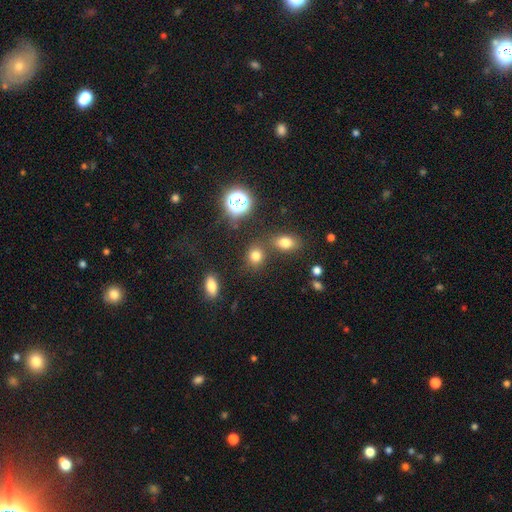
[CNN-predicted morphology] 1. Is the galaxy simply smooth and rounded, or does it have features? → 74% smooth, 19% star or artifact, 7% featured or disk.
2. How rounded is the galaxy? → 66% round, 33% in between, 2% cigar-shaped.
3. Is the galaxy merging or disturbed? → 72% none, 13% merger, 11% minor disturbance, 4% major disturbance.